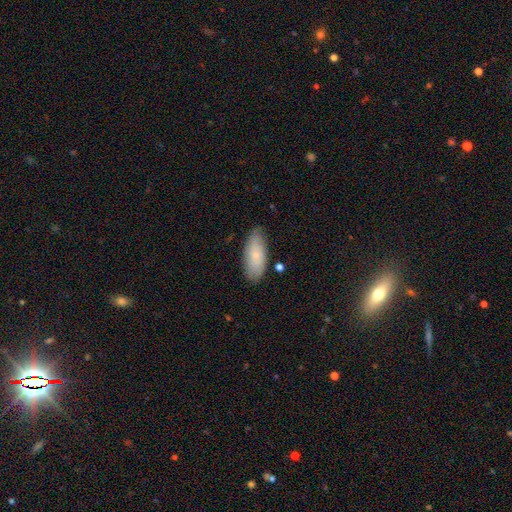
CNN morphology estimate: This appears to be a smooth galaxy with no disk features (69%) that is in between round and cigar-shaped (87%). Merging: none (77%).